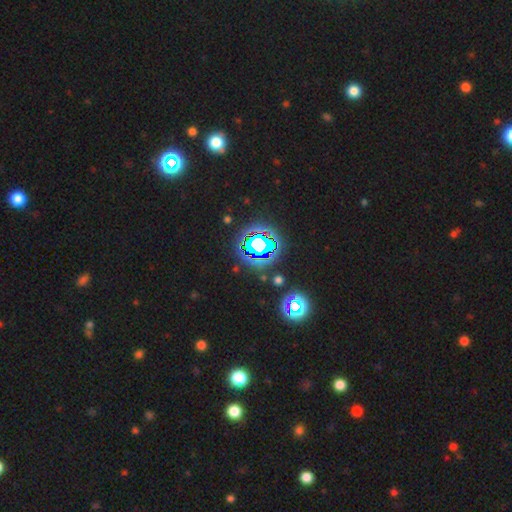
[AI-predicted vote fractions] Smooth or featured? star or artifact (81%)